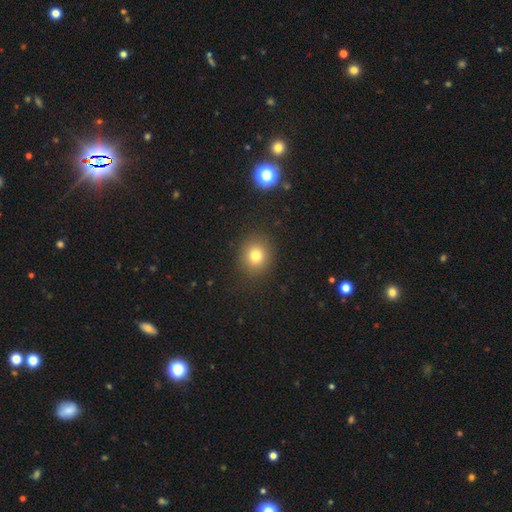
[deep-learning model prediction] A smooth galaxy with no disk features (78%) that is round (79%). Merging: none (88%).